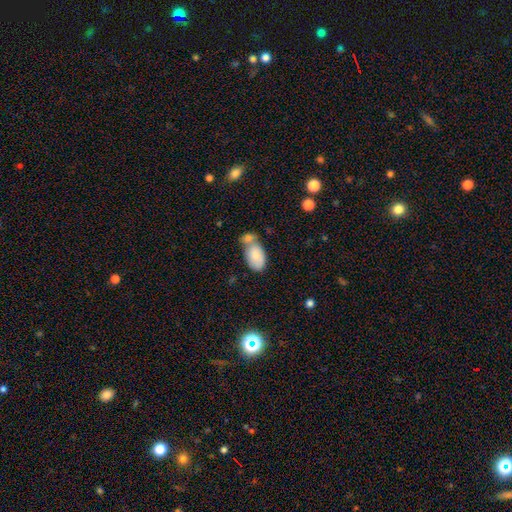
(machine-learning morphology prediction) Q: Smooth or featured?
A: smooth (82%); runner-up: featured or disk (12%)
Q: How rounded?
A: in between (93%); runner-up: round (6%)
Q: Merging?
A: merger (47%); runner-up: none (33%)